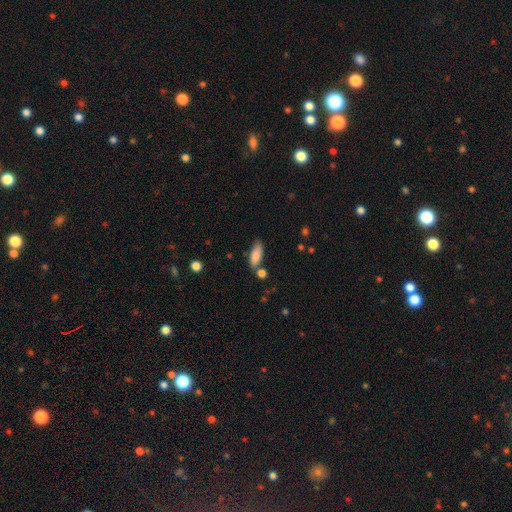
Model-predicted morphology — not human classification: A smooth galaxy with no disk features (82%) that is in between round and cigar-shaped (74%).

Vote fractions:
- Smooth or featured? smooth: 82% / featured or disk: 11% / star or artifact: 7%
- How rounded? in between: 74% / cigar-shaped: 24% / round: 2%
- Merging? none: 65% / minor disturbance: 20% / merger: 10% / major disturbance: 5%